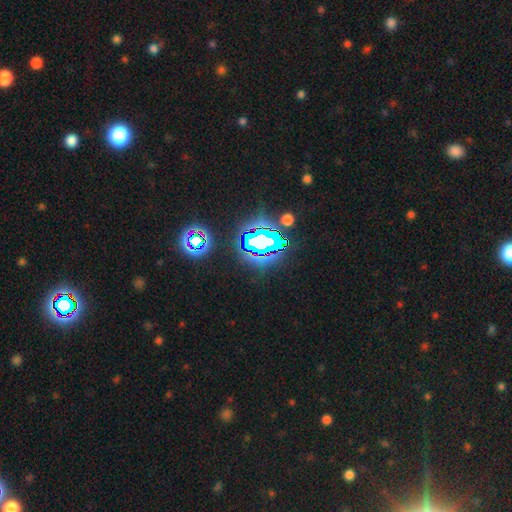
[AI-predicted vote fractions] smooth-or-featured: star or artifact: 83% | smooth: 11% | featured or disk: 6%